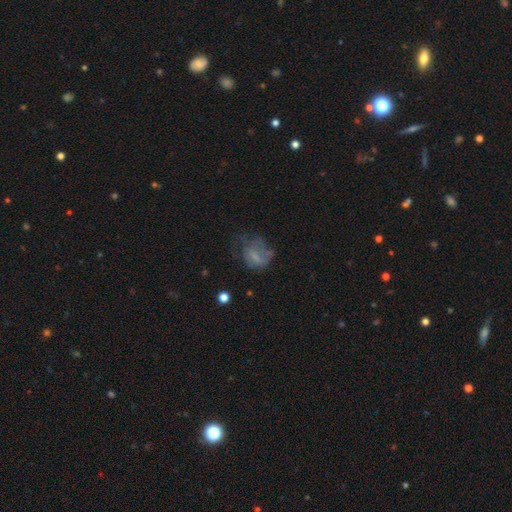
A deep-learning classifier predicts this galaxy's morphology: The model was most divided on "how rounded": in between: 52%, round: 46%, cigar-shaped: 2%. Remaining: smooth or featured — smooth (54%); merging — major disturbance (39%).